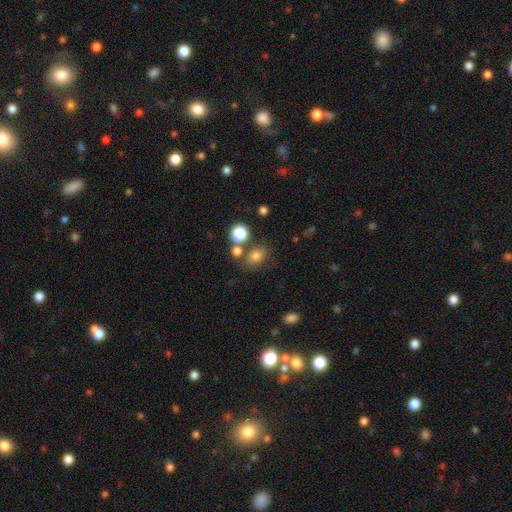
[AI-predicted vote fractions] Smooth or featured: smooth — 77% (star or artifact — 15%)
How rounded: in between — 57% (round — 42%)
Merging: none — 66% (merger — 15%)